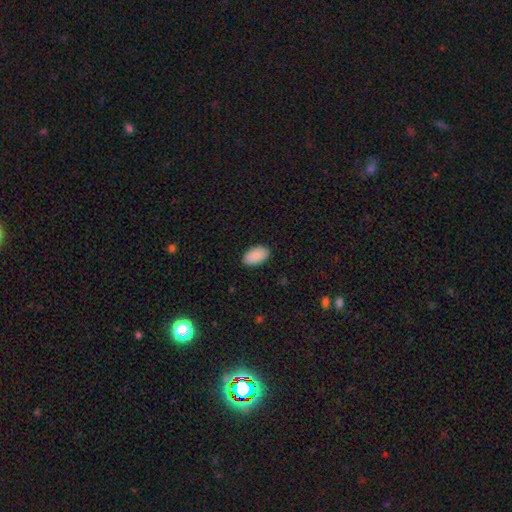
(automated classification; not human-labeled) This appears to be a smooth galaxy with no disk features (90%) that is in between round and cigar-shaped (95%). Merging: none (88%).